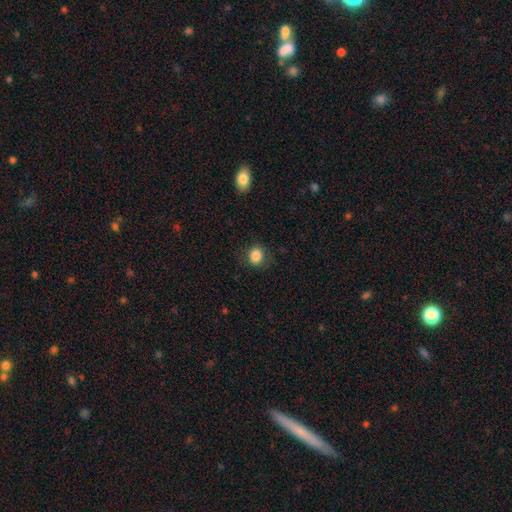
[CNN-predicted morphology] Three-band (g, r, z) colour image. It shows a smooth galaxy with no disk features (86%) that is round (73%). Merging: none (84%).